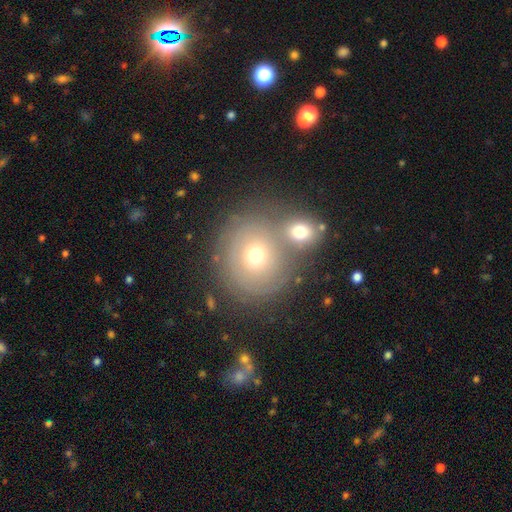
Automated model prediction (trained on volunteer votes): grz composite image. It shows a smooth galaxy with no disk features (47%). Merging: none (57%).